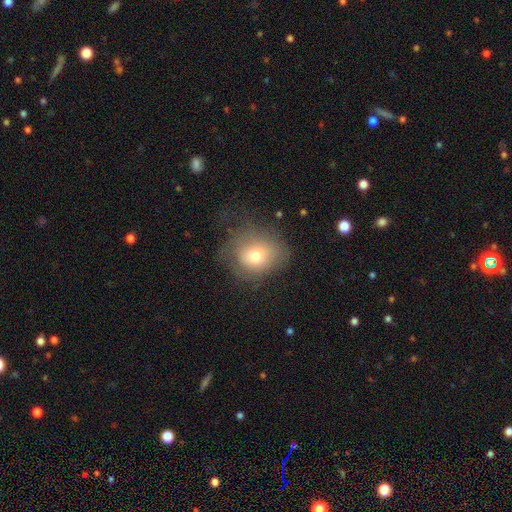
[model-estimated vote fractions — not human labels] This is likely a smooth galaxy (70%). How rounded: likely round (72%). Merging: possibly none (53%).